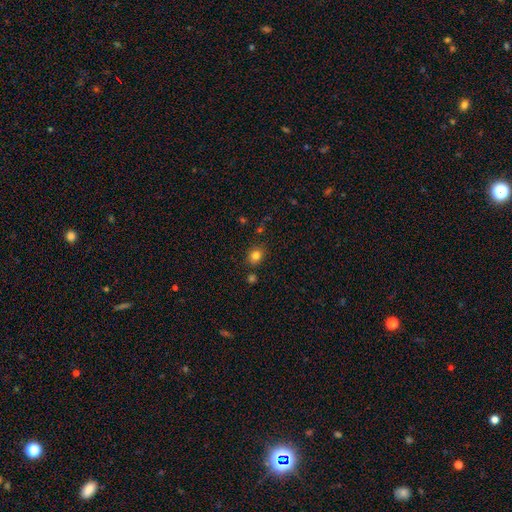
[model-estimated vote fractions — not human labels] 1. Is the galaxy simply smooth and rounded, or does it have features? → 81% smooth, 13% star or artifact, 6% featured or disk.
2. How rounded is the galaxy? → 67% round, 32% in between, 1% cigar-shaped.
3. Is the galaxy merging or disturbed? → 82% none, 11% minor disturbance, 5% merger, 3% major disturbance.